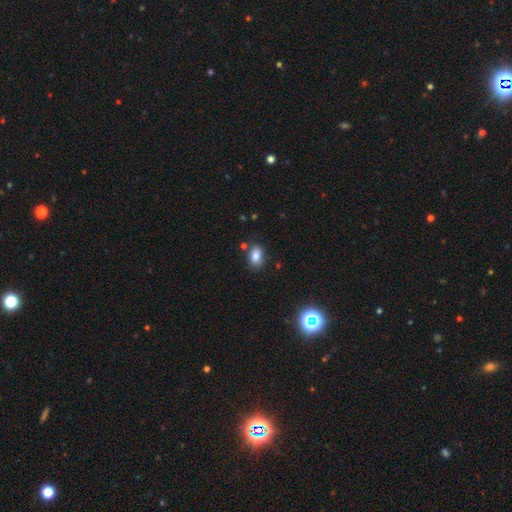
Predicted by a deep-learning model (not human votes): smooth-or-featured: smooth: 83% | star or artifact: 10% | featured or disk: 7%
  how-rounded: in between: 85% | round: 14% | cigar-shaped: 2%
  merging: none: 79% | minor disturbance: 13% | merger: 5% | major disturbance: 3%